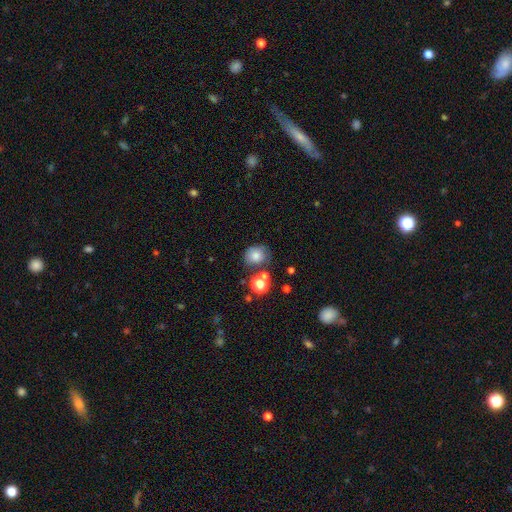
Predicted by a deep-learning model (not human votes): Q: Smooth or featured?
A: smooth (75%); runner-up: star or artifact (14%)
Q: How rounded?
A: round (80%); runner-up: in between (19%)
Q: Merging?
A: none (61%); runner-up: minor disturbance (17%)